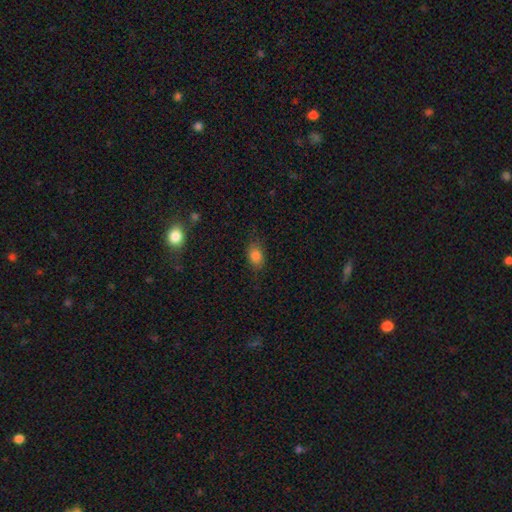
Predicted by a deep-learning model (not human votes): Q: Smooth or featured?
A: smooth (82%); runner-up: star or artifact (11%)
Q: How rounded?
A: in between (80%); runner-up: round (18%)
Q: Merging?
A: none (76%); runner-up: minor disturbance (18%)